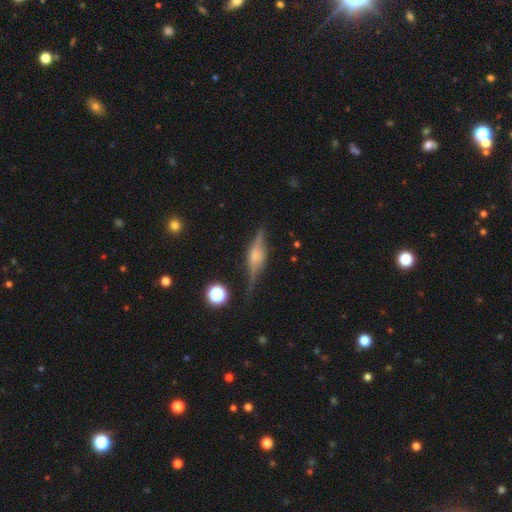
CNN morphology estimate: Q: Smooth or featured?
A: featured or disk (77%); runner-up: smooth (15%)
Q: Edge-on disk?
A: yes (96%); runner-up: no (4%)
Q: Edge-on bulge?
A: rounded (72%); runner-up: boxy (24%)
Q: Merging?
A: none (79%); runner-up: minor disturbance (15%)